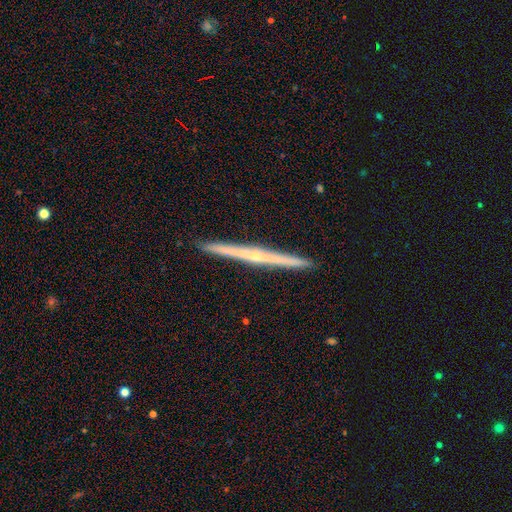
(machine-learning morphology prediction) Overall: featured or disk (75%). Edge-on disk: yes (98%). Edge-on bulge: rounded (60%; none 36%). Merging: none (93%).